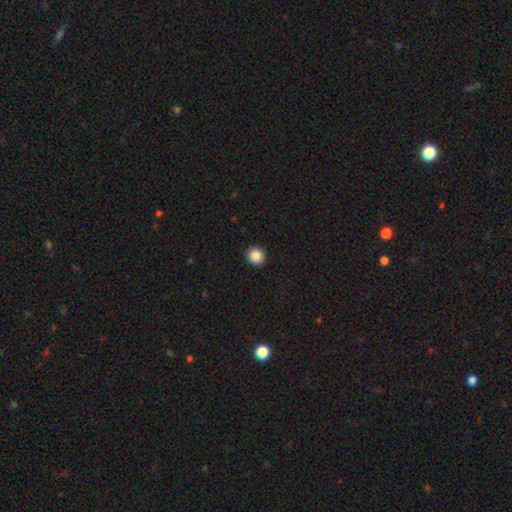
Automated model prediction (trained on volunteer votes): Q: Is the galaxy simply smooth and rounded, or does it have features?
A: smooth — 87%.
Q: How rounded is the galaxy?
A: round — 94%.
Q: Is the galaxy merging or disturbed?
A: none — 93%.